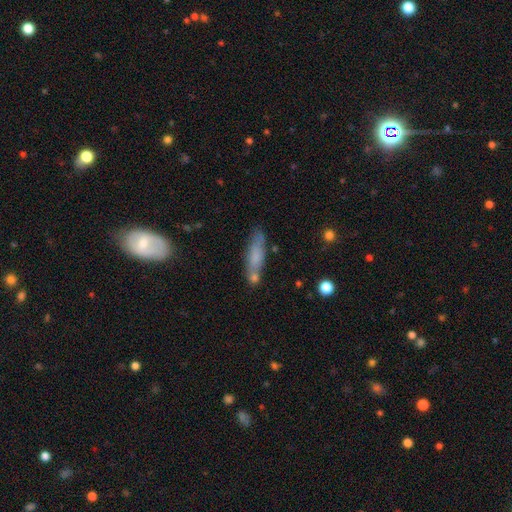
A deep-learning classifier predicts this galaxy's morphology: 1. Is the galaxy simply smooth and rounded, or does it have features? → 67% smooth, 25% featured or disk, 8% star or artifact.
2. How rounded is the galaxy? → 70% cigar-shaped, 27% in between, 2% round.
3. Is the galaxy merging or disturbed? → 65% none, 18% minor disturbance, 13% merger, 5% major disturbance.